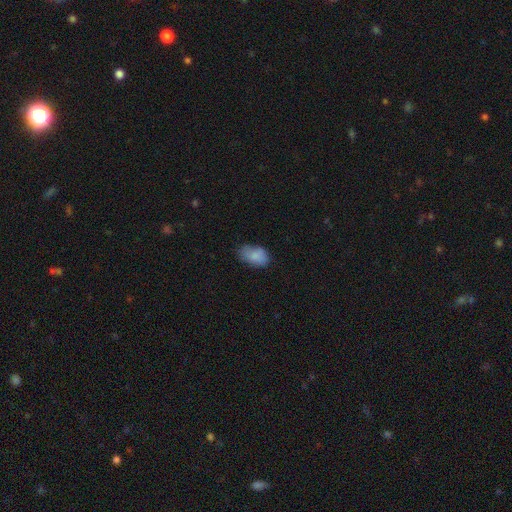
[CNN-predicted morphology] Smooth or featured?
  - smooth: 83% *
  - featured or disk: 9%
  - star or artifact: 8%
How rounded?
  - in between: 91% *
  - round: 8%
  - cigar-shaped: 1%
Merging?
  - none: 62% *
  - minor disturbance: 29%
  - major disturbance: 7%
  - merger: 2%